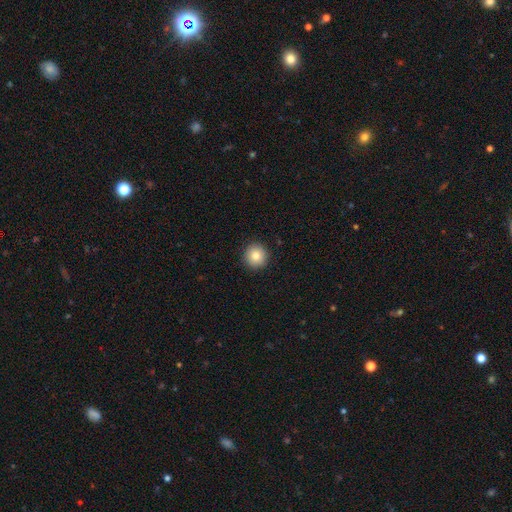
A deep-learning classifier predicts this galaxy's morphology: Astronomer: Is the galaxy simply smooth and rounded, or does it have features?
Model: smooth — 83%.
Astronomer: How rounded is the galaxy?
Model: round — 94%.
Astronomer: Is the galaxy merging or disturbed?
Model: none — 92%.